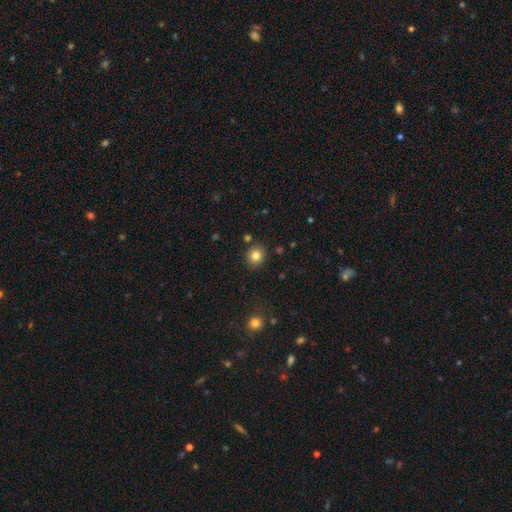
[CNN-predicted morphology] The model was most divided on "how rounded": round: 82%, in between: 17%, cigar-shaped: 1%. More confident: merging — none (86%); smooth or featured — smooth (81%).